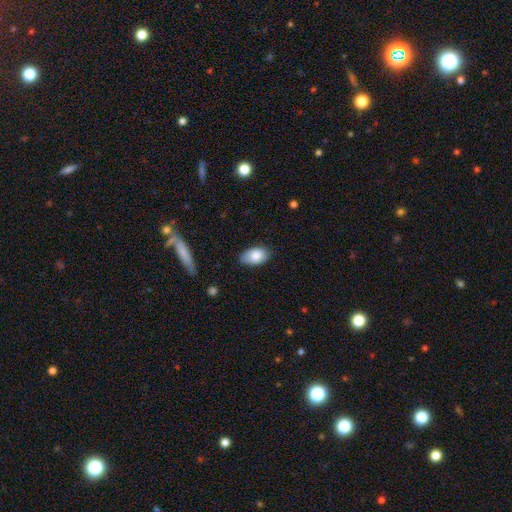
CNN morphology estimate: A smooth galaxy with no disk features (84%) that is in between round and cigar-shaped (92%). Merging: none (77%).